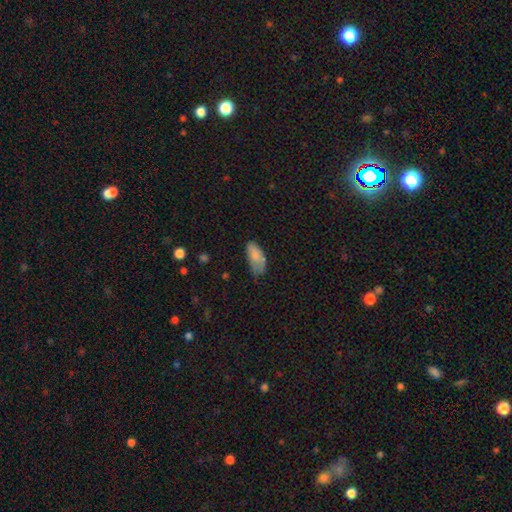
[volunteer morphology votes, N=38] This is likely a smooth galaxy (79%). How rounded: clearly in between (83%). Merging: possibly minor disturbance (56%).